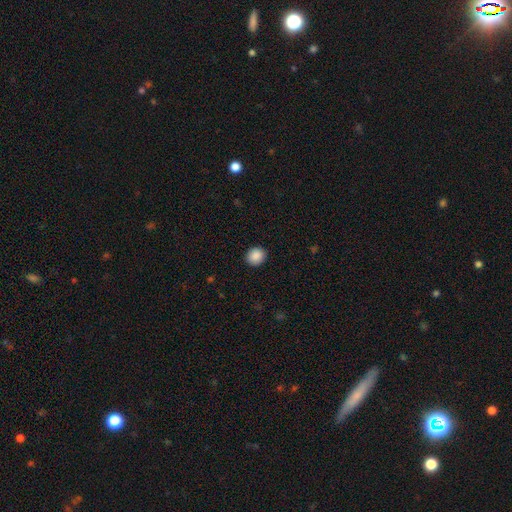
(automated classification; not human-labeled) Morphology: type=smooth (89%); roundness=round (80%); merging=none (91%).